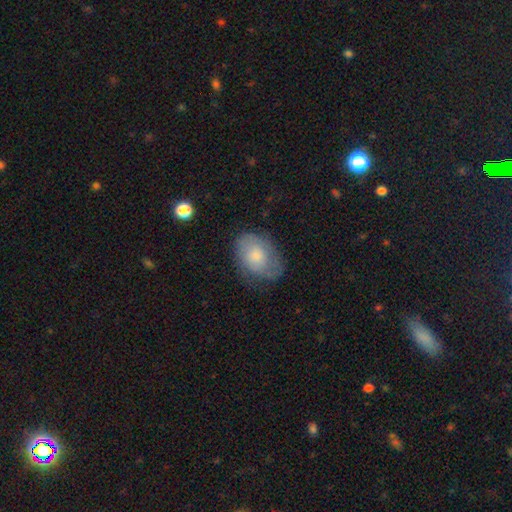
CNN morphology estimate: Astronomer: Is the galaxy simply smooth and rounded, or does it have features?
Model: smooth — 60%.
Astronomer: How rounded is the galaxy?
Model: in between — 77%.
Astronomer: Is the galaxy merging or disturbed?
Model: none — 63%.